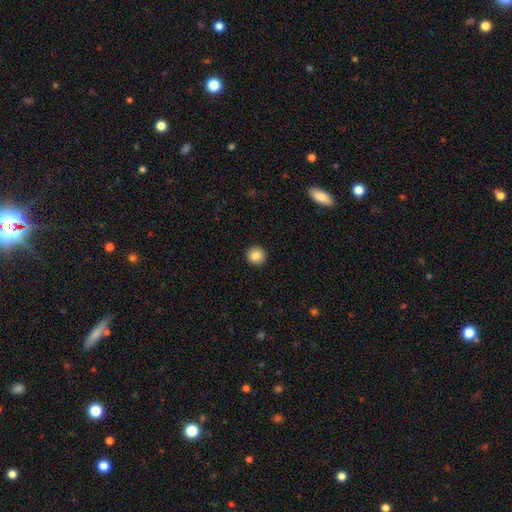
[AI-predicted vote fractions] Smooth or featured? smooth (86%)
How rounded? round (93%)
Merging? none (93%)